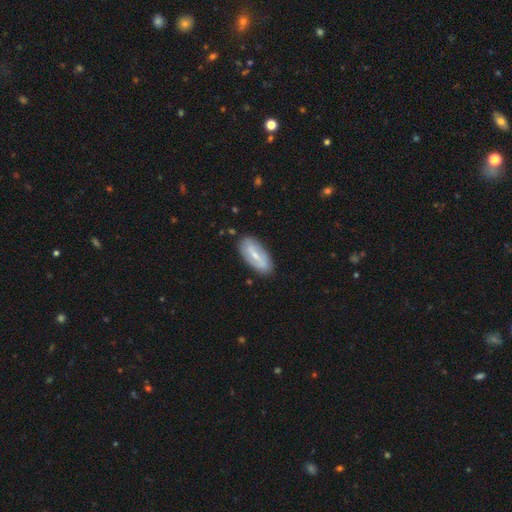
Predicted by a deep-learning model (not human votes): Smooth or featured: featured or disk — 55% (smooth — 38%)
Edge-on disk: no — 86% (yes — 14%)
Merging: none — 84% (minor disturbance — 11%)